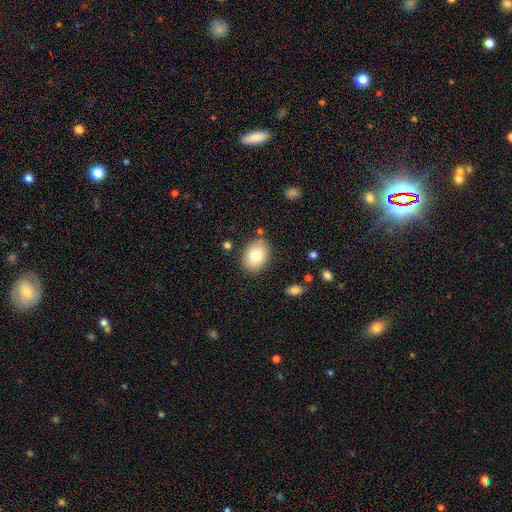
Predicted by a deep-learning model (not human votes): smooth_or_featured: smooth (p=0.78) [alt: featured or disk p=0.14]
how_rounded: in between (p=0.72) [alt: round p=0.27]
merging: none (p=0.83) [alt: minor disturbance p=0.11]